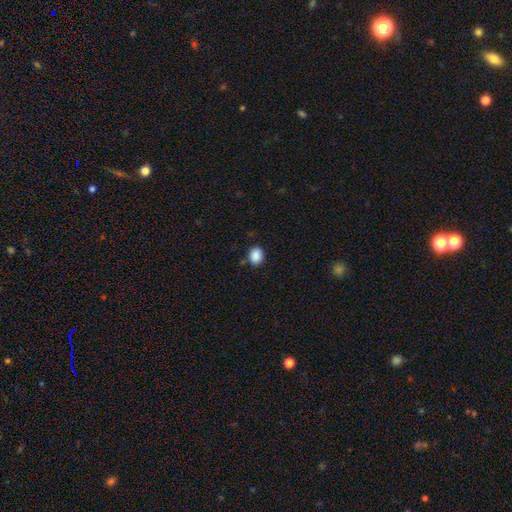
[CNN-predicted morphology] Smooth or featured? Predicted: smooth (p=0.89). How rounded? Predicted: in between (p=0.53). Merging? Predicted: none (p=0.83).